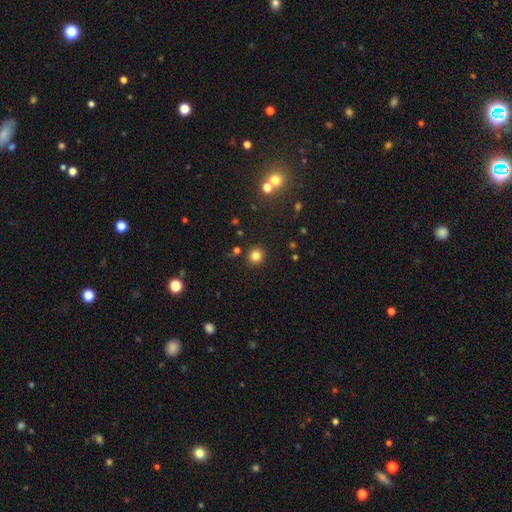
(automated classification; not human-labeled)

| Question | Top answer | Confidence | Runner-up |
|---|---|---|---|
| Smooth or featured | smooth | 81% | star or artifact (14%) |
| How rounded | round | 91% | in between (8%) |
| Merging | none | 90% | minor disturbance (6%) |